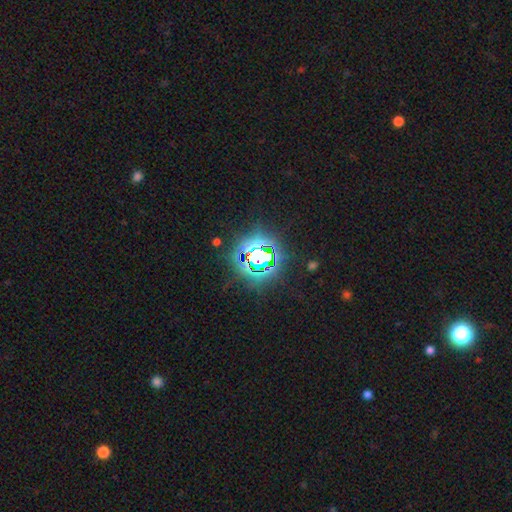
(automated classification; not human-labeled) Smooth or featured?
  - star or artifact: 76% *
  - smooth: 14%
  - featured or disk: 10%